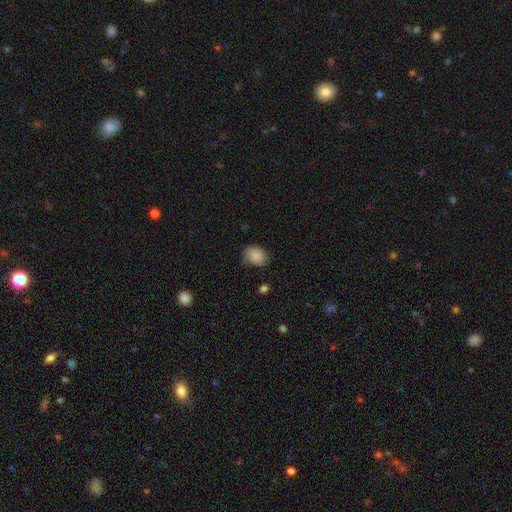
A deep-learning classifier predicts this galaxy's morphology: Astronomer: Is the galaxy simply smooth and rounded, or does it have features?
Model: smooth — 86%.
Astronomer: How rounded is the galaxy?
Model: in between — 65%.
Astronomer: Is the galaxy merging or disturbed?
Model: none — 71%.